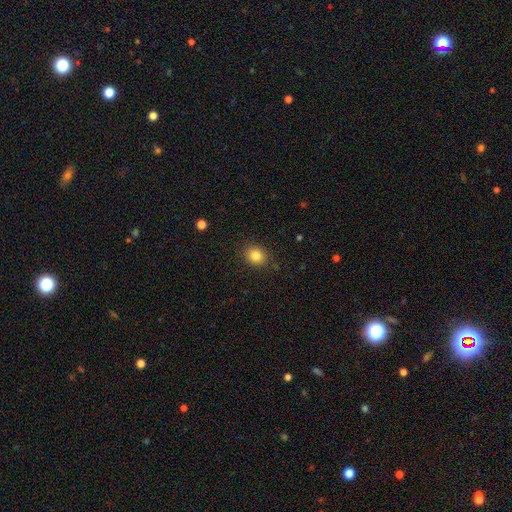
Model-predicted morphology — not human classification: Q: Smooth or featured?
A: smooth (84%); runner-up: star or artifact (11%)
Q: How rounded?
A: round (69%); runner-up: in between (30%)
Q: Merging?
A: none (87%); runner-up: minor disturbance (10%)